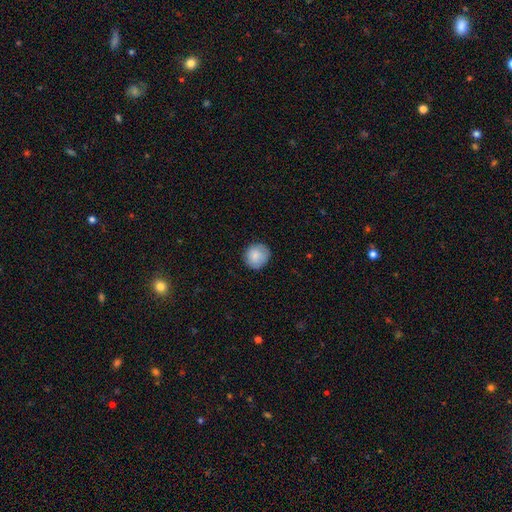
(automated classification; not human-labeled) Morphology: type=smooth (86%); roundness=round (90%); merging=none (84%).